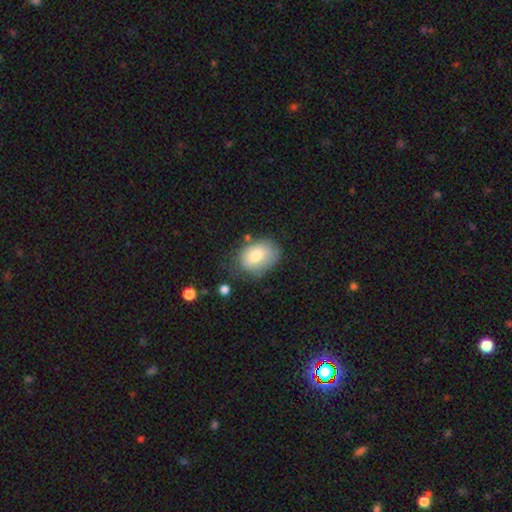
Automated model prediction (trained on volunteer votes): smooth_or_featured: smooth (p=0.72) [alt: featured or disk p=0.21]
how_rounded: in between (p=0.69) [alt: round p=0.31]
merging: none (p=0.54) [alt: minor disturbance p=0.30]